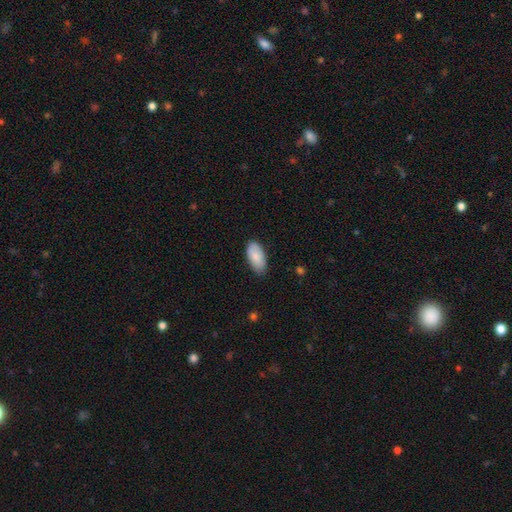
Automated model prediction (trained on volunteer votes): Morphology: type=smooth (84%); roundness=in between (94%); merging=none (79%).